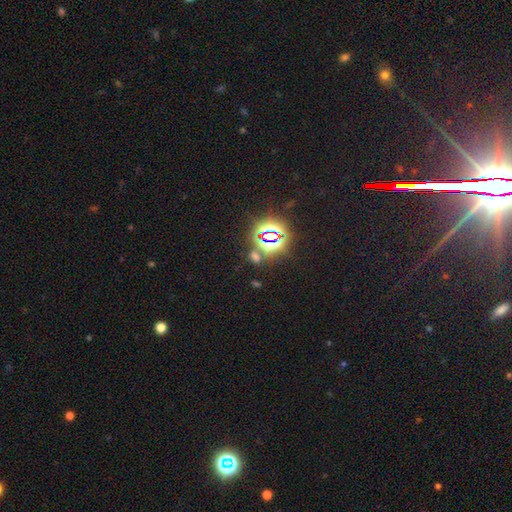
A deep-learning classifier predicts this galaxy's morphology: Overall: star or artifact (67%).